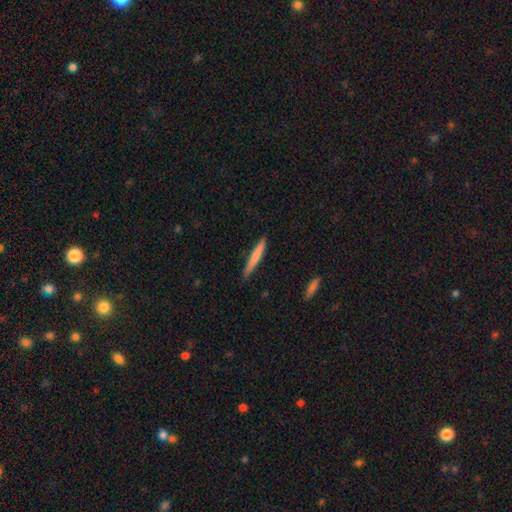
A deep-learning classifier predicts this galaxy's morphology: Overall: smooth (72%). How rounded: cigar-shaped (95%). Merging: none (86%).